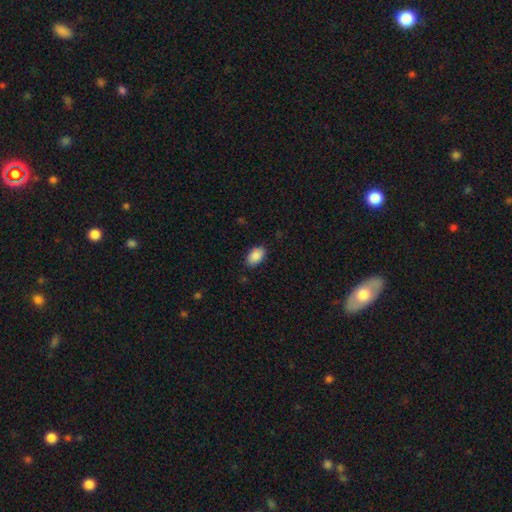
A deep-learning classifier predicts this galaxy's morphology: Overall: smooth (89%). How rounded: in between (92%). Merging: none (83%).